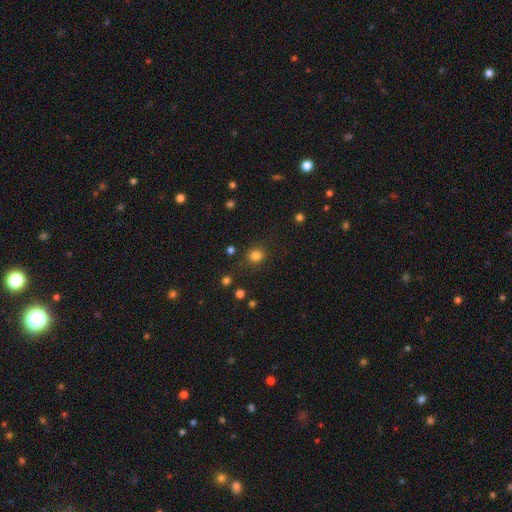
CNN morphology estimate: The model was most divided on "how rounded": round: 82%, in between: 17%, cigar-shaped: 1%. More confident: smooth or featured — smooth (80%); merging — none (80%).